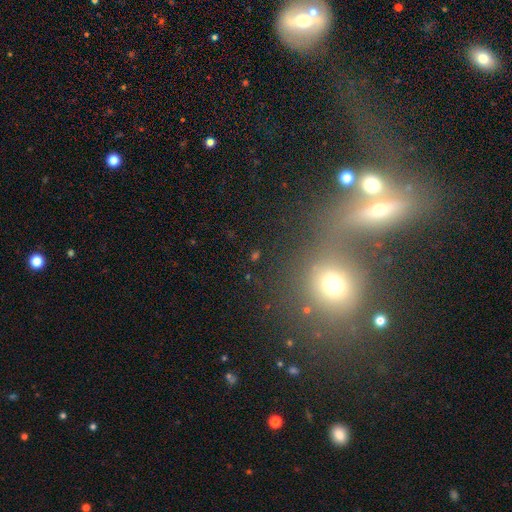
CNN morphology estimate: Q: Smooth or featured?
A: smooth (43%); runner-up: star or artifact (39%)
Q: Merging?
A: none (72%); runner-up: merger (10%)